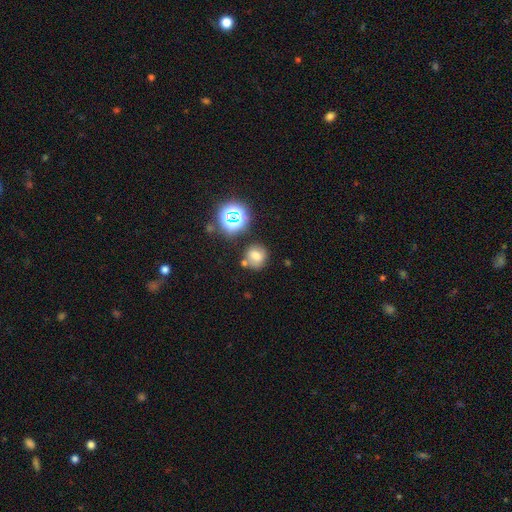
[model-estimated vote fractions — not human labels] Overall: smooth (66%). How rounded: round (77%). Merging: none (69%).